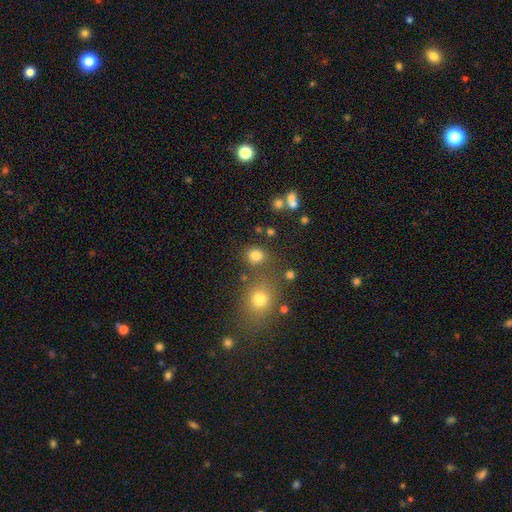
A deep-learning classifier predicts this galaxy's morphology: smooth_or_featured: smooth (p=0.79) [alt: star or artifact p=0.15]
how_rounded: round (p=0.80) [alt: in between p=0.19]
merging: none (p=0.74) [alt: merger p=0.11]